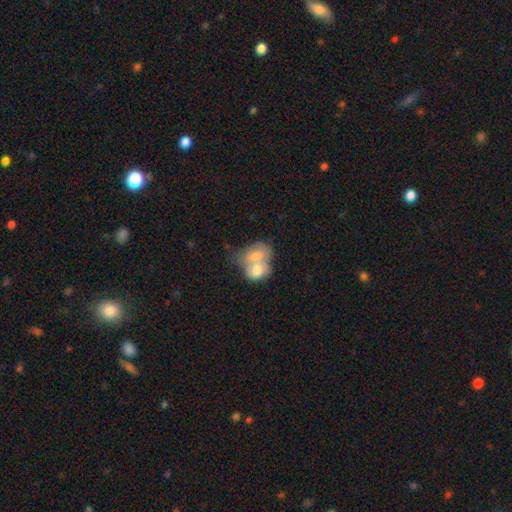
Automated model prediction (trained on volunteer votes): smooth 67%, featured or disk 26%, star or artifact 6%. Down the decision tree: how rounded — in between (65%); merging — merger (76%).